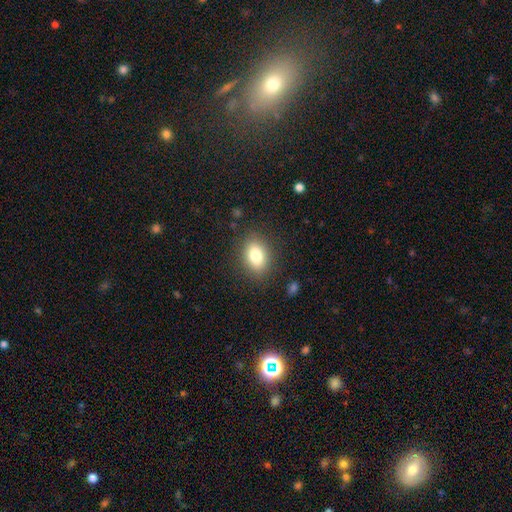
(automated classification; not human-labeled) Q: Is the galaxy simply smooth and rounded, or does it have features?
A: smooth — 80%.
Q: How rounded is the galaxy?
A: in between — 73%.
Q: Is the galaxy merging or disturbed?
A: none — 86%.